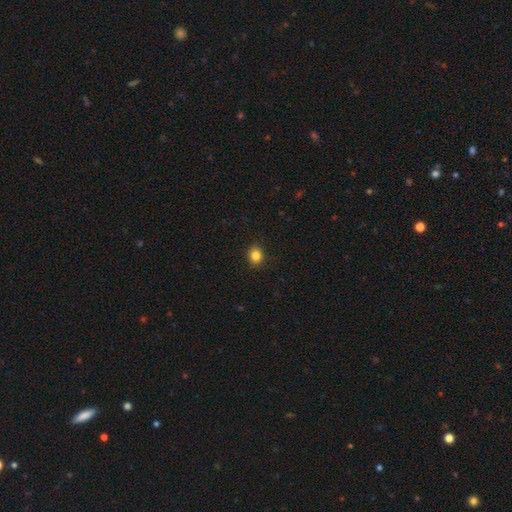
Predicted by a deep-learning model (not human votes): smooth 84%, star or artifact 11%, featured or disk 5%. Down the decision tree: how rounded — round (74%); merging — none (90%).